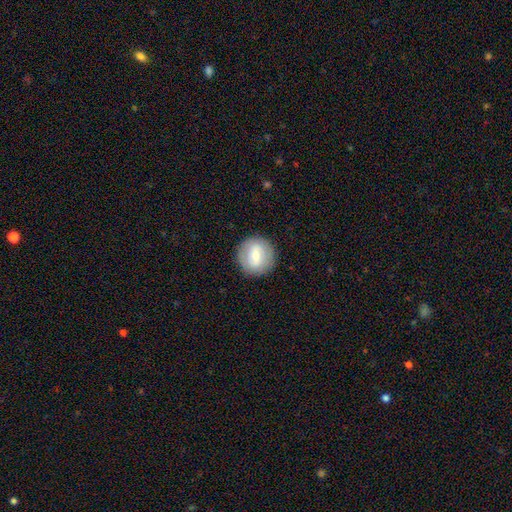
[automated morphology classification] Smooth or featured? Predicted: smooth (p=0.59). How rounded? Predicted: round (p=0.92). Merging? Predicted: none (p=0.88).